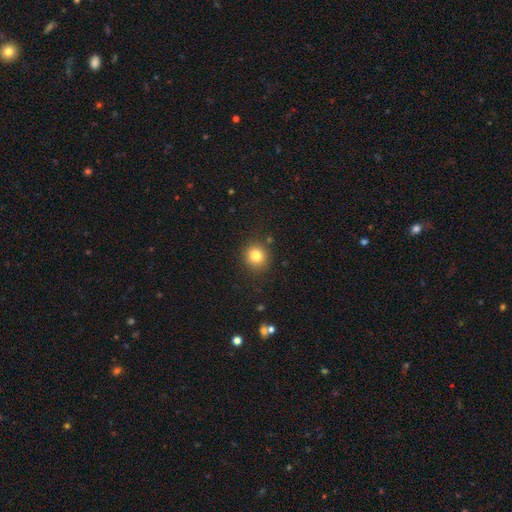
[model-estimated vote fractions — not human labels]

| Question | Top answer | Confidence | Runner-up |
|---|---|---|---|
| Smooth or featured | smooth | 80% | star or artifact (13%) |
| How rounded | round | 89% | in between (10%) |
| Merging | none | 88% | minor disturbance (7%) |